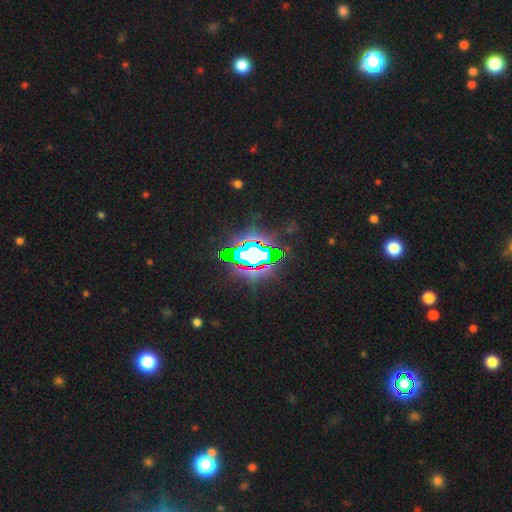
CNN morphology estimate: This is likely a star or artifact rather than a galaxy (72%).